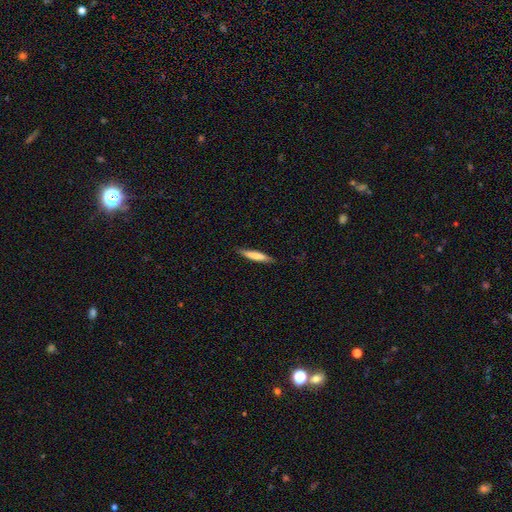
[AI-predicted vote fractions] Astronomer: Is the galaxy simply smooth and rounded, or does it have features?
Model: smooth — 77%.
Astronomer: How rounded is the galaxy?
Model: cigar-shaped — 89%.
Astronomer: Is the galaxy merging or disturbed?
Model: none — 86%.